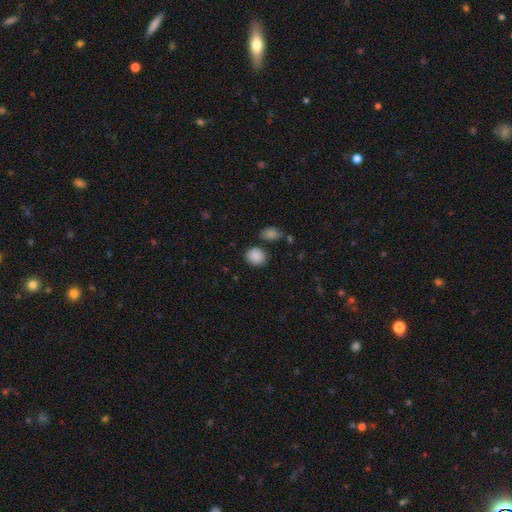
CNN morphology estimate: This is clearly a smooth galaxy (88%). How rounded: likely round (74%). Merging: likely none (80%).